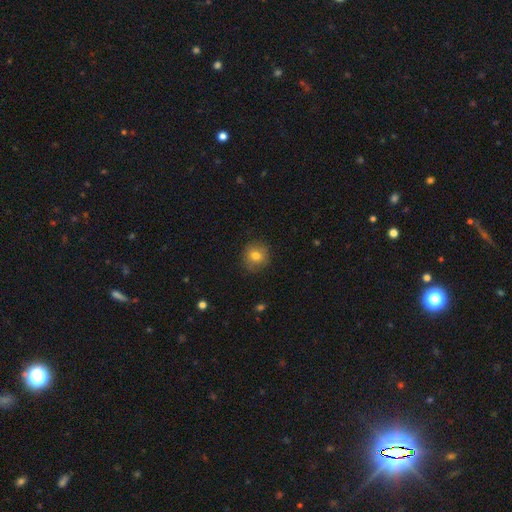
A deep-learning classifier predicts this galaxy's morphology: Q: Smooth or featured?
A: smooth (77%); runner-up: featured or disk (12%)
Q: How rounded?
A: round (87%); runner-up: in between (12%)
Q: Merging?
A: none (86%); runner-up: minor disturbance (10%)